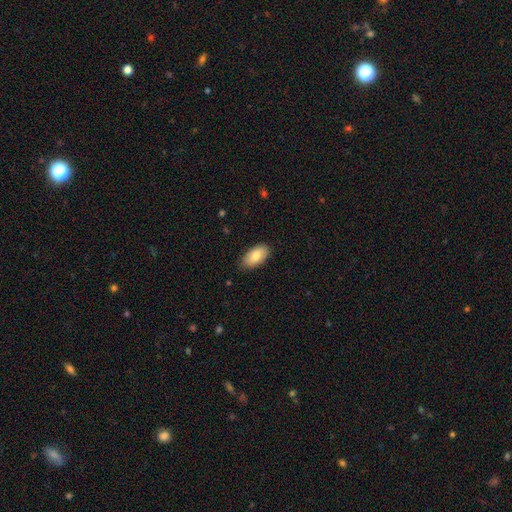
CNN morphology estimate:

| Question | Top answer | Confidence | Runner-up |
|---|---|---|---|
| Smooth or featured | smooth | 84% | featured or disk (10%) |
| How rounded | in between | 94% | cigar-shaped (3%) |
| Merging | none | 85% | minor disturbance (12%) |